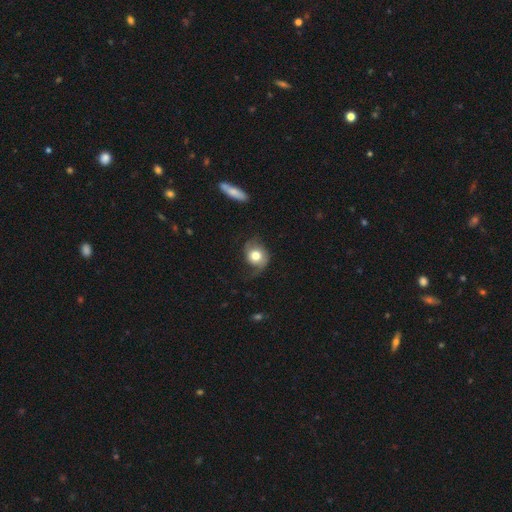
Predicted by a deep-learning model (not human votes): Overall: smooth (55%; featured or disk 38%). How rounded: round (62%; in between 37%). Merging: none (49%; minor disturbance 27%).